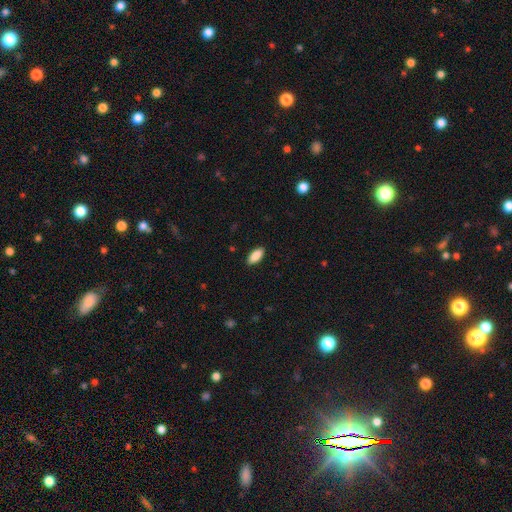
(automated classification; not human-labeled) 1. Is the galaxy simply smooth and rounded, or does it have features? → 89% smooth, 6% star or artifact, 5% featured or disk.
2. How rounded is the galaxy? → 84% in between, 14% cigar-shaped, 2% round.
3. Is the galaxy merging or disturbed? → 89% none, 8% minor disturbance, 2% major disturbance, 1% merger.